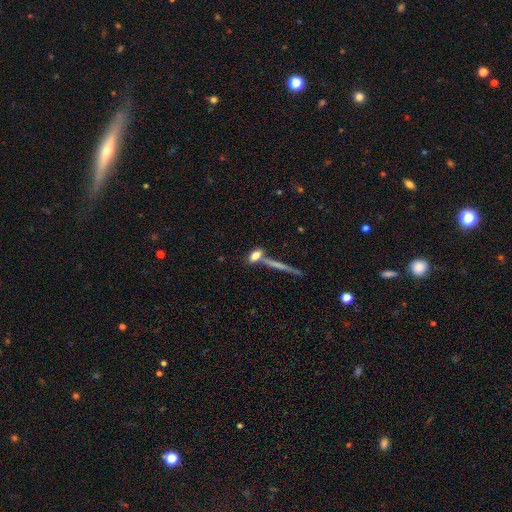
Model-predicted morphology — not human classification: Smooth or featured?
  - smooth: 73% *
  - featured or disk: 18%
  - star or artifact: 9%
How rounded?
  - in between: 66% *
  - cigar-shaped: 22%
  - round: 12%
Merging?
  - none: 54% *
  - merger: 27%
  - minor disturbance: 13%
  - major disturbance: 6%